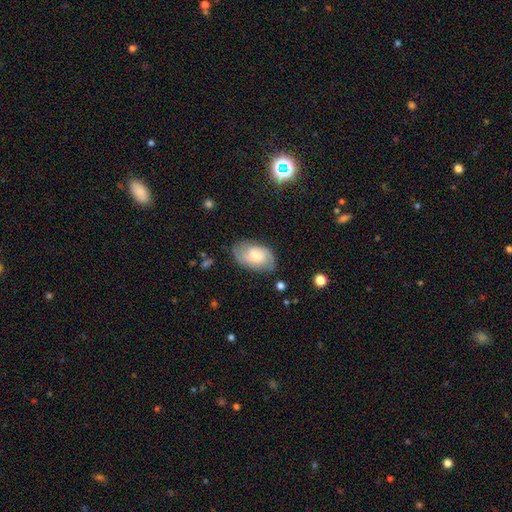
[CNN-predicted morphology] featured or disk 49%, smooth 43%, star or artifact 7%. Down the decision tree: merging — none (72%).